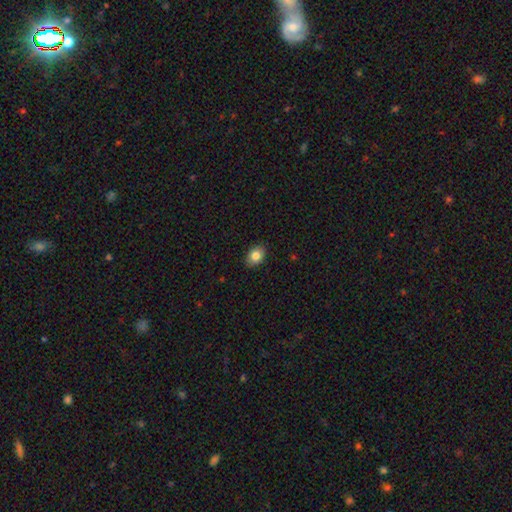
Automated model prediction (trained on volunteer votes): The model was most divided on "how rounded": in between: 74%, round: 25%, cigar-shaped: 1%. More confident: merging — none (88%); smooth or featured — smooth (84%).